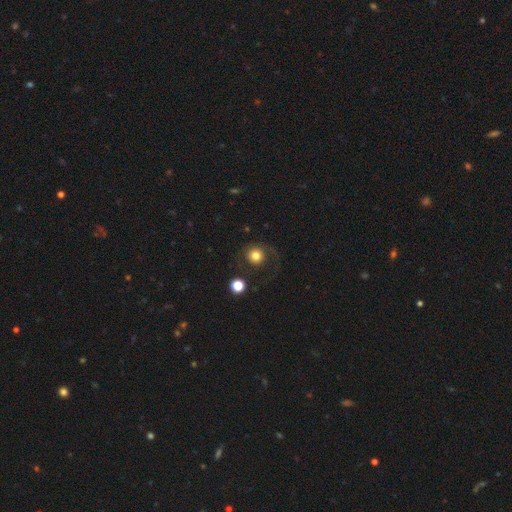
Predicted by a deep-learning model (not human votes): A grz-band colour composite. It shows a smooth galaxy with no disk features (74%) that is round (92%). Merging: none (66%).